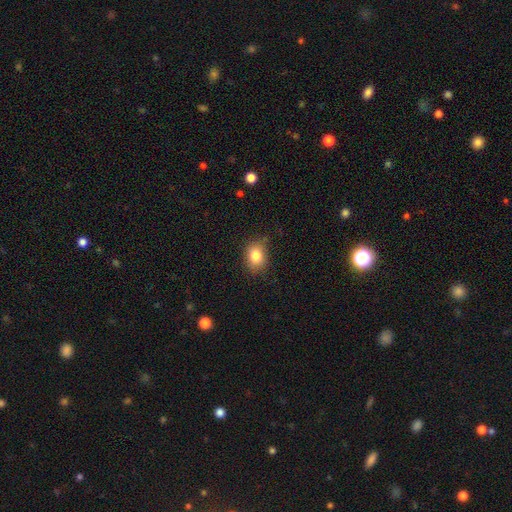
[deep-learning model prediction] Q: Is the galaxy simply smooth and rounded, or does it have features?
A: smooth — 82%.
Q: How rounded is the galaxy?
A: in between — 57%.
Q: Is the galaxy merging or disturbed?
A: none — 77%.